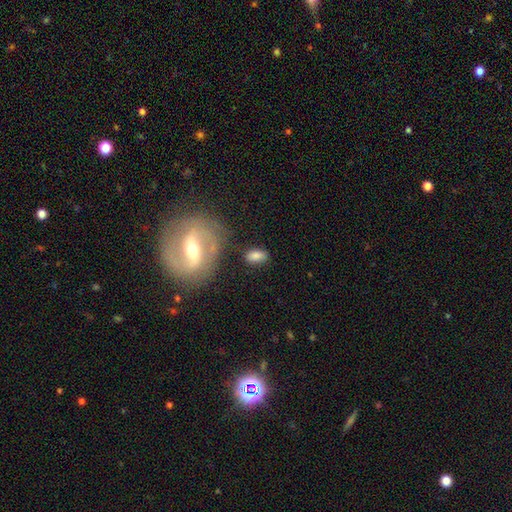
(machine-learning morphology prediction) smooth 79%, featured or disk 13%, star or artifact 8%. Down the decision tree: how rounded — in between (88%); merging — none (75%).